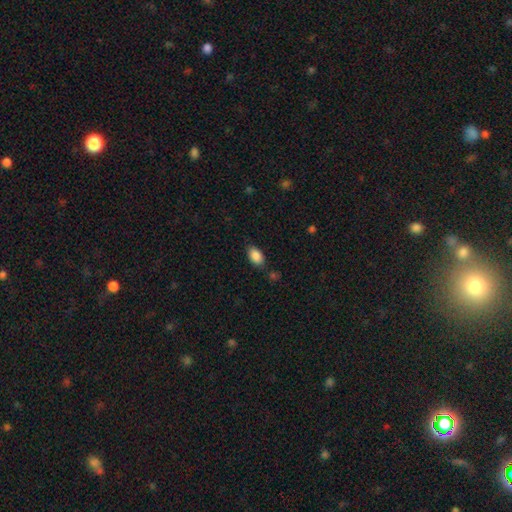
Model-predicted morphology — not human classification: This appears to be a smooth galaxy with no disk features (88%) that is in between round and cigar-shaped (92%). Merging: none (80%).